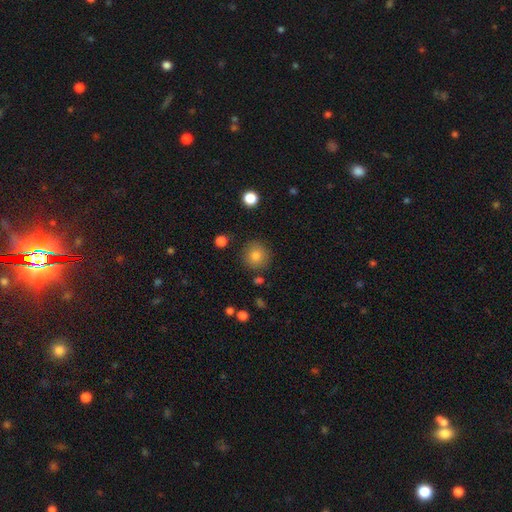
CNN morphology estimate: smooth-or-featured: smooth: 82% | star or artifact: 10% | featured or disk: 7%
  how-rounded: round: 93% | in between: 6% | cigar-shaped: 1%
  merging: none: 86% | minor disturbance: 8% | merger: 3% | major disturbance: 3%